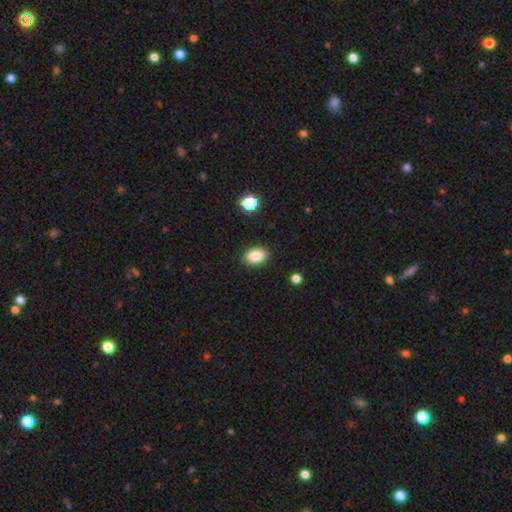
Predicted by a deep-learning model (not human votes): smooth-or-featured: smooth: 85% | star or artifact: 9% | featured or disk: 6%
  how-rounded: in between: 84% | round: 14% | cigar-shaped: 1%
  merging: none: 88% | minor disturbance: 8% | major disturbance: 2% | merger: 1%